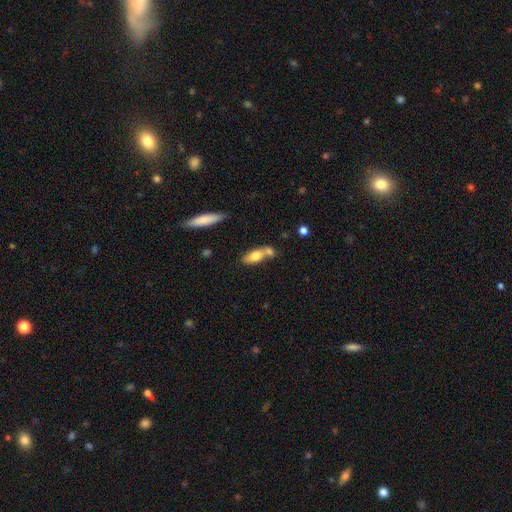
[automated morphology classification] type=smooth (72%); roundness=in between (73%); merging=merger (44%).